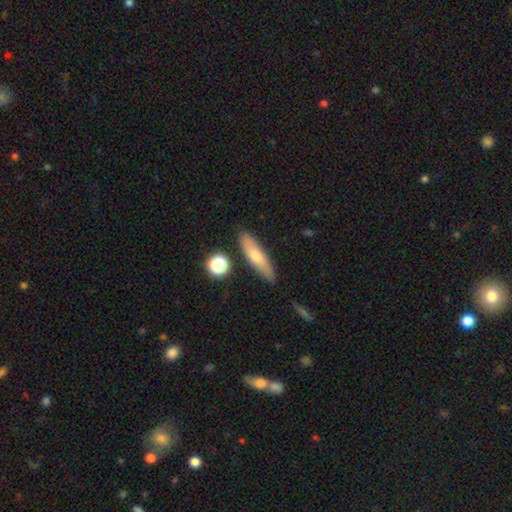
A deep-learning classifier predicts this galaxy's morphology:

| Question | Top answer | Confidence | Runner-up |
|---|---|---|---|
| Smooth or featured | smooth | 64% | featured or disk (28%) |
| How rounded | cigar-shaped | 71% | in between (26%) |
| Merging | none | 83% | minor disturbance (11%) |